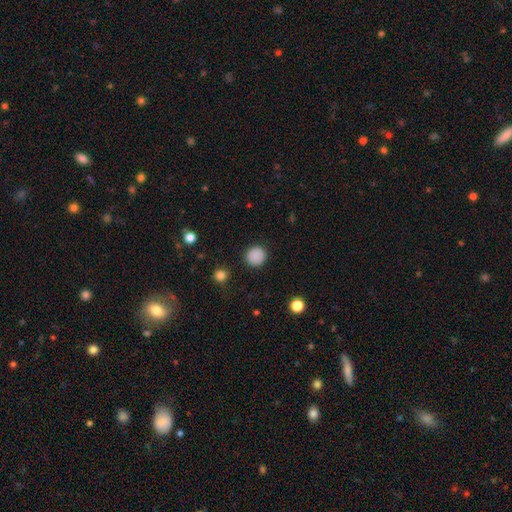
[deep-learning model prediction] smooth-or-featured: smooth: 87% | star or artifact: 9% | featured or disk: 3%
  how-rounded: round: 93% | in between: 6% | cigar-shaped: 1%
  merging: none: 90% | minor disturbance: 7% | major disturbance: 2% | merger: 1%